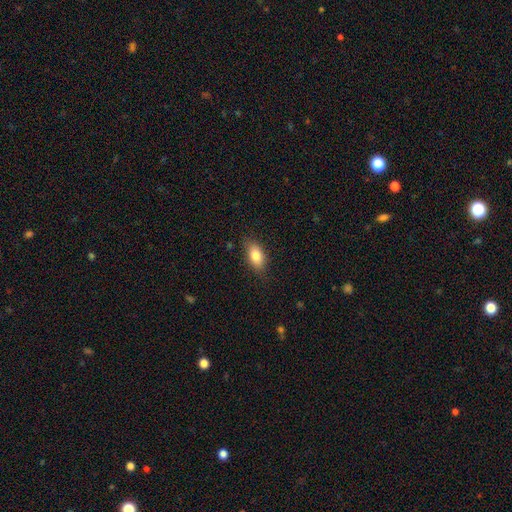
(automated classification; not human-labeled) Morphology: type=smooth (81%); roundness=in between (89%); merging=none (83%).